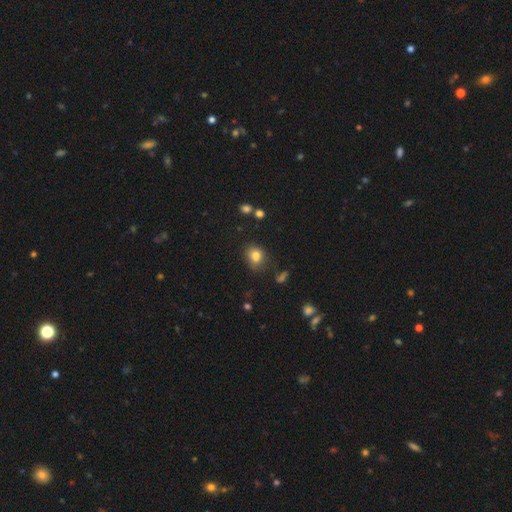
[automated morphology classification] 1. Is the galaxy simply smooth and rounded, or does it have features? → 81% smooth, 12% star or artifact, 8% featured or disk.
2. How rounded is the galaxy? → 59% round, 40% in between, 1% cigar-shaped.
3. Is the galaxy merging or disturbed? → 68% none, 22% minor disturbance, 6% major disturbance, 4% merger.